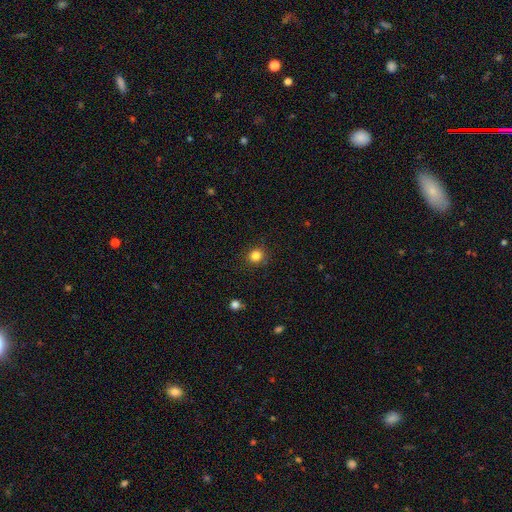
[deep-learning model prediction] smooth 83%, star or artifact 12%, featured or disk 4%. Down the decision tree: how rounded — round (87%); merging — none (88%).